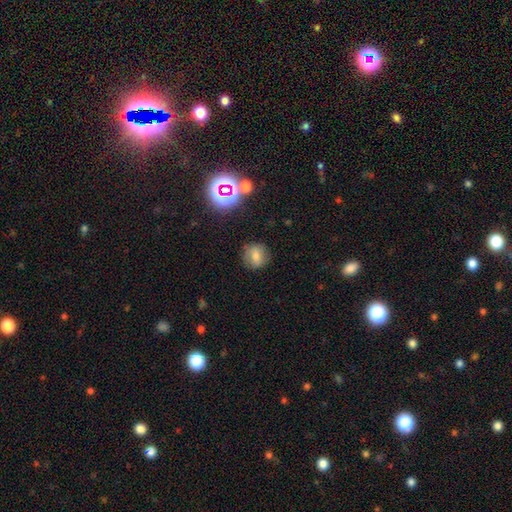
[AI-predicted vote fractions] Smooth or featured? smooth (69%)
How rounded? round (82%)
Merging? none (82%)